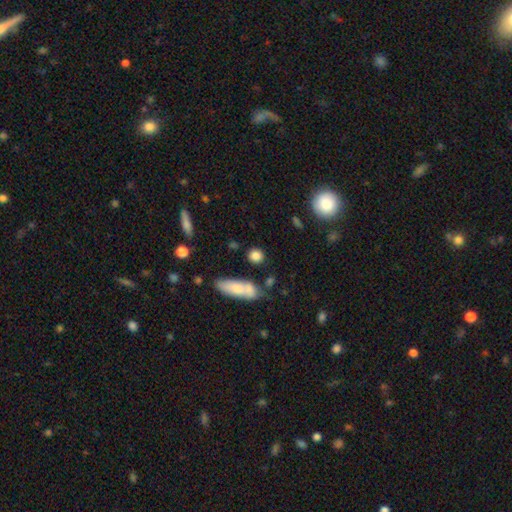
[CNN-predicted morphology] Smooth or featured? smooth (82%)
How rounded? round (74%)
Merging? none (73%)